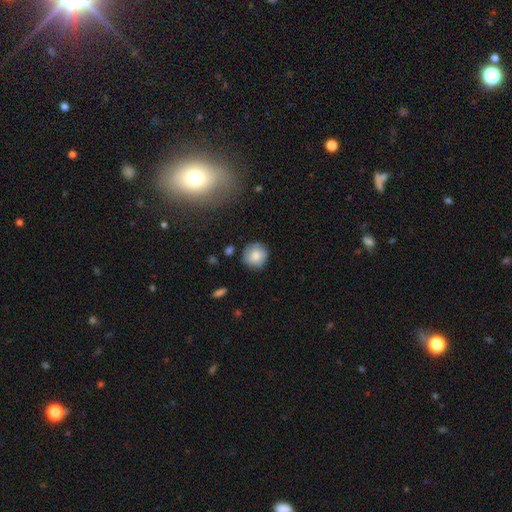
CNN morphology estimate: This appears to be a smooth galaxy with no disk features (78%) that is round (90%). Merging: none (80%).